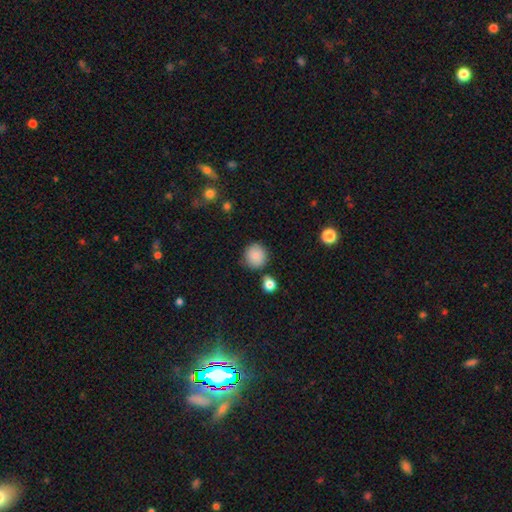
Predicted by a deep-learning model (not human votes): A smooth galaxy with no disk features (85%) that is round (92%).

Vote fractions:
- Smooth or featured? smooth: 85% / star or artifact: 9% / featured or disk: 6%
- How rounded? round: 92% / in between: 7% / cigar-shaped: 1%
- Merging? none: 81% / minor disturbance: 11% / merger: 6% / major disturbance: 3%